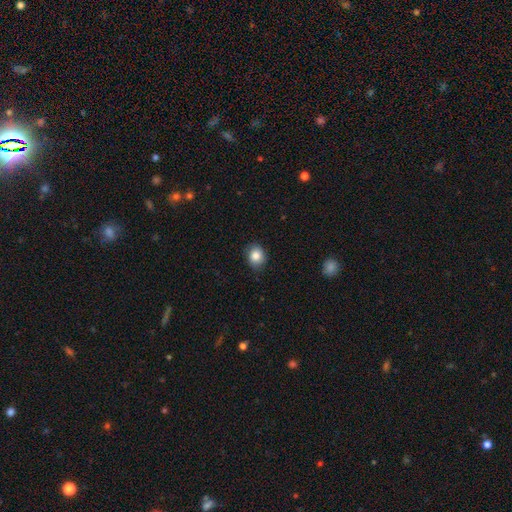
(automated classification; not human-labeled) Q: Smooth or featured?
A: smooth (84%); runner-up: star or artifact (9%)
Q: How rounded?
A: round (62%); runner-up: in between (37%)
Q: Merging?
A: none (83%); runner-up: minor disturbance (14%)